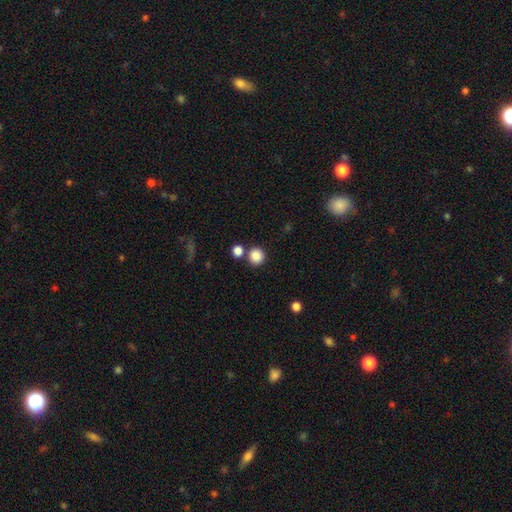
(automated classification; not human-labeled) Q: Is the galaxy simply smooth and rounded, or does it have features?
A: smooth — 86%.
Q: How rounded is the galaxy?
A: round — 90%.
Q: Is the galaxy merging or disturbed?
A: none — 75%.